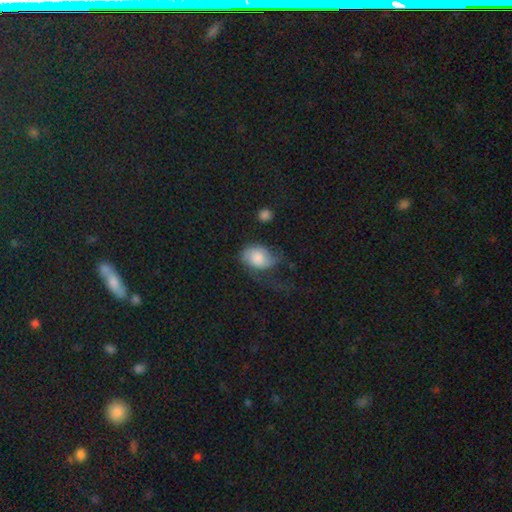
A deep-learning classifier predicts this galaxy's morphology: smooth-or-featured: smooth: 68% | featured or disk: 23% | star or artifact: 8%
  how-rounded: in between: 77% | round: 21% | cigar-shaped: 1%
  merging: major disturbance: 38% | minor disturbance: 29% | none: 29% | merger: 3%